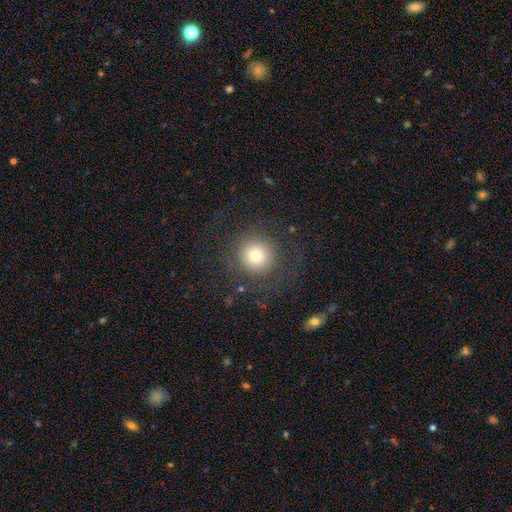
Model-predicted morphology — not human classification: A smooth galaxy with no disk features (69%) that is round (94%).

Vote fractions:
- Smooth or featured? smooth: 69% / featured or disk: 18% / star or artifact: 13%
- How rounded? round: 94% / in between: 5% / cigar-shaped: 1%
- Merging? none: 77% / major disturbance: 11% / minor disturbance: 10% / merger: 1%